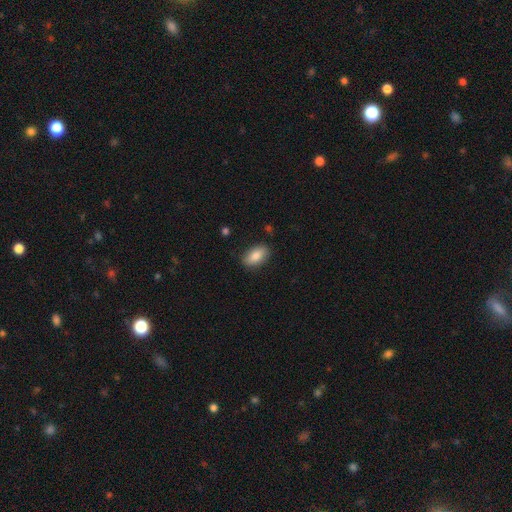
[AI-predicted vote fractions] A smooth galaxy with no disk features (85%) that is in between round and cigar-shaped (92%).

Vote fractions:
- Smooth or featured? smooth: 85% / featured or disk: 8% / star or artifact: 7%
- How rounded? in between: 92% / round: 5% / cigar-shaped: 4%
- Merging? none: 86% / minor disturbance: 11% / major disturbance: 2% / merger: 1%